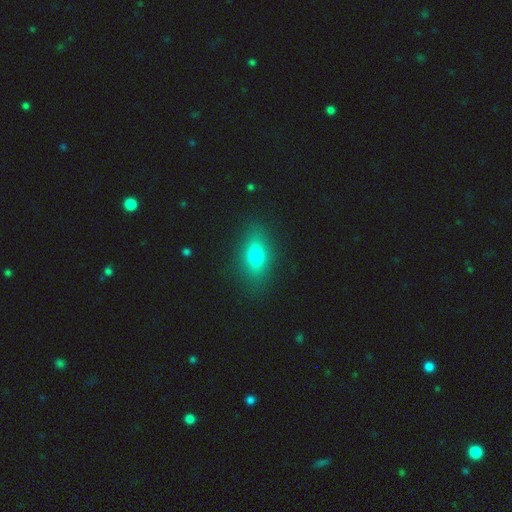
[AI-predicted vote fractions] smooth-or-featured: smooth: 75% | featured or disk: 14% | star or artifact: 11%
  how-rounded: in between: 79% | round: 11% | cigar-shaped: 10%
  merging: none: 85% | minor disturbance: 10% | major disturbance: 3% | merger: 1%